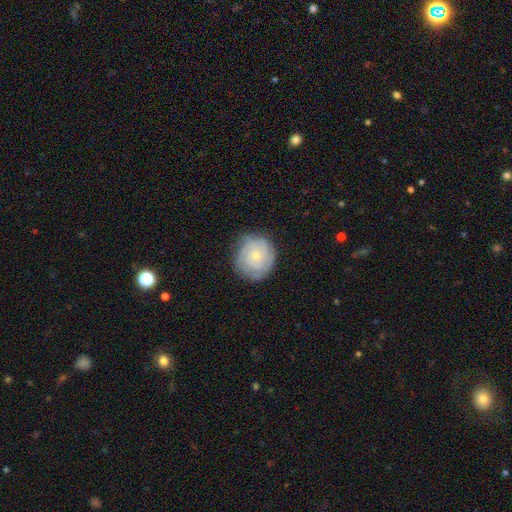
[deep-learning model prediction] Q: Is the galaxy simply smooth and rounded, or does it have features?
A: featured or disk — 48%.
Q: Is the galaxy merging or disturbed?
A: none — 74%.